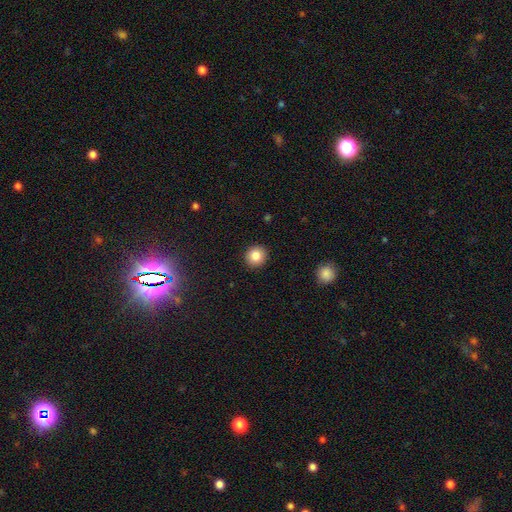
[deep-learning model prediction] A smooth galaxy with no disk features (84%) that is round (90%).

Vote fractions:
- Smooth or featured? smooth: 84% / star or artifact: 10% / featured or disk: 6%
- How rounded? round: 90% / in between: 9% / cigar-shaped: 1%
- Merging? none: 92% / minor disturbance: 5% / major disturbance: 2% / merger: 1%